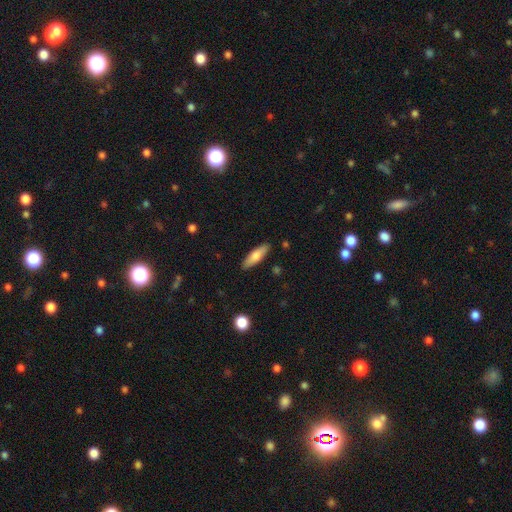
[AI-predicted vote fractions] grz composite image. It shows a smooth galaxy with no disk features (70%) that is cigar-shaped (57%). Merging: none (88%).